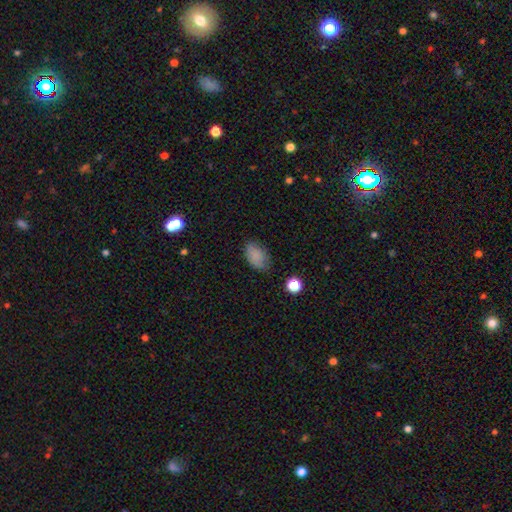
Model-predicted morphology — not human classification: type=smooth (82%); roundness=in between (88%); merging=none (74%).